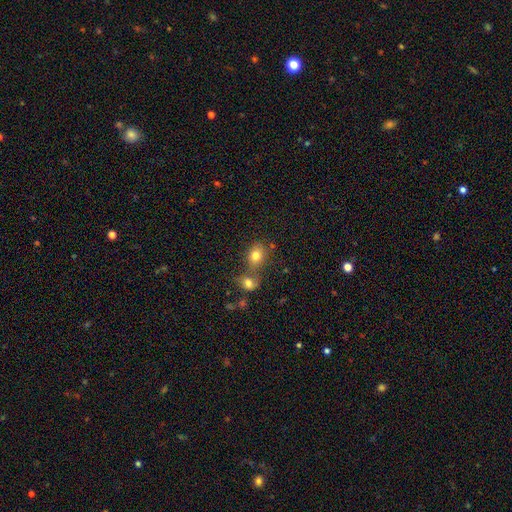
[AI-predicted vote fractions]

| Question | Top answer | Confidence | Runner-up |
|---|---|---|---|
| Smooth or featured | smooth | 79% | star or artifact (12%) |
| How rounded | in between | 50% | round (49%) |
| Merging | none | 52% | merger (33%) |